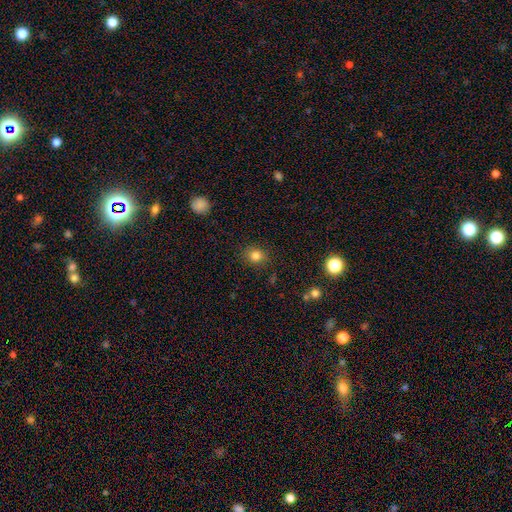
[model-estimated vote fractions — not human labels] Smooth or featured: smooth — 82% (star or artifact — 12%)
How rounded: round — 70% (in between — 29%)
Merging: none — 86% (minor disturbance — 10%)